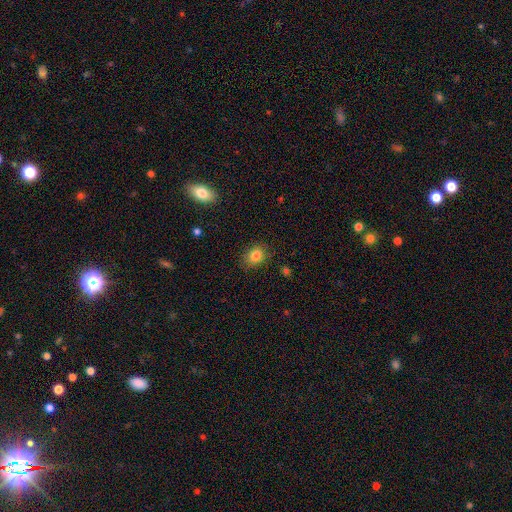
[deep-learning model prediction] Smooth or featured?
  - smooth: 84% *
  - star or artifact: 10%
  - featured or disk: 6%
How rounded?
  - in between: 56% *
  - round: 43%
  - cigar-shaped: 1%
Merging?
  - none: 83% *
  - minor disturbance: 13%
  - major disturbance: 3%
  - merger: 1%